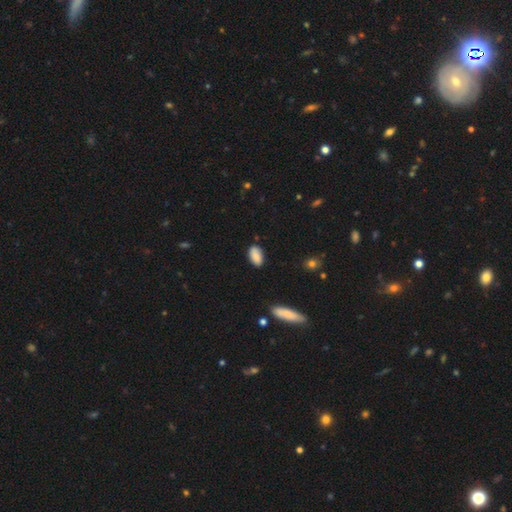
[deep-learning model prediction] Morphology: type=smooth (87%); roundness=in between (93%); merging=none (84%).